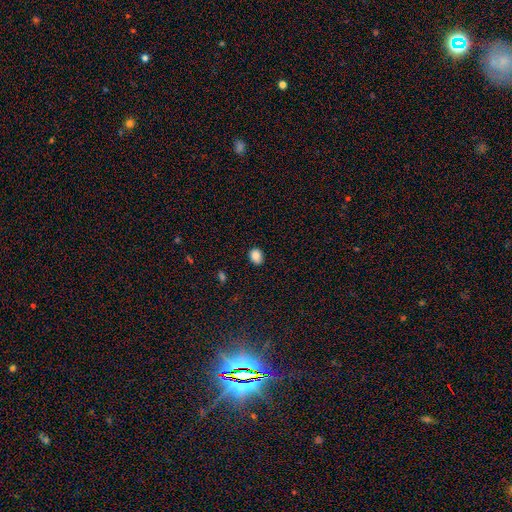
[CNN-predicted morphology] smooth 87%, star or artifact 9%, featured or disk 4%. Down the decision tree: how rounded — in between (59%); merging — none (85%).